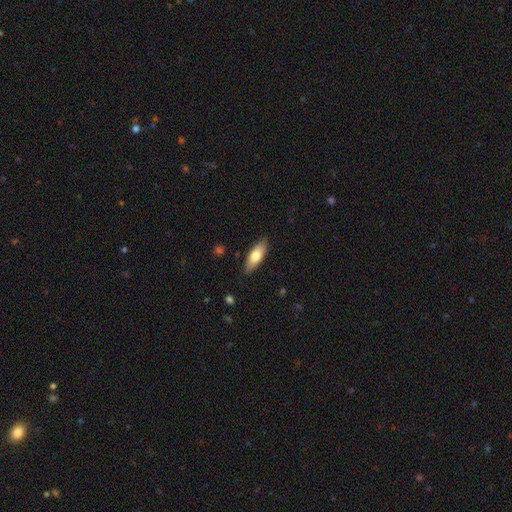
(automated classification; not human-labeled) Morphology: type=smooth (70%); roundness=in between (64%); merging=none (86%).